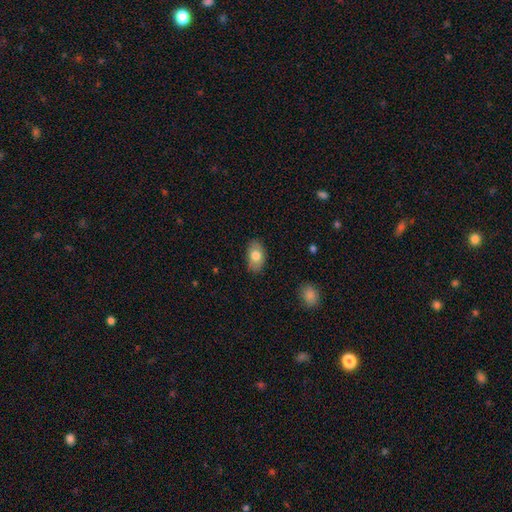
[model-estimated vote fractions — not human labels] Q: Smooth or featured?
A: smooth (78%); runner-up: featured or disk (15%)
Q: How rounded?
A: in between (90%); runner-up: round (8%)
Q: Merging?
A: none (85%); runner-up: minor disturbance (12%)